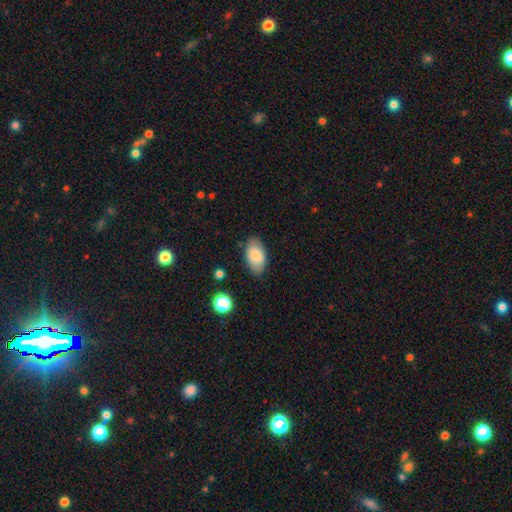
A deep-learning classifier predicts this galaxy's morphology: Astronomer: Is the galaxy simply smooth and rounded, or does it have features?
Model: smooth — 82%.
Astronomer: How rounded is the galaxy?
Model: in between — 94%.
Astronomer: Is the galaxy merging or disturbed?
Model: none — 81%.